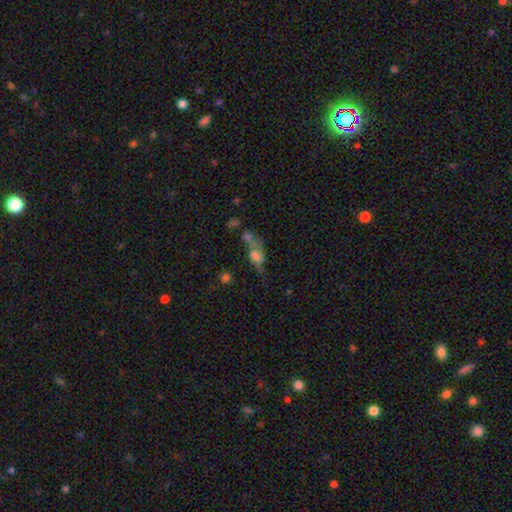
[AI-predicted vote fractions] smooth_or_featured: smooth (p=0.54) [alt: featured or disk p=0.31]
how_rounded: in between (p=0.68) [alt: round p=0.18]
merging: merger (p=0.35) [alt: none p=0.28]